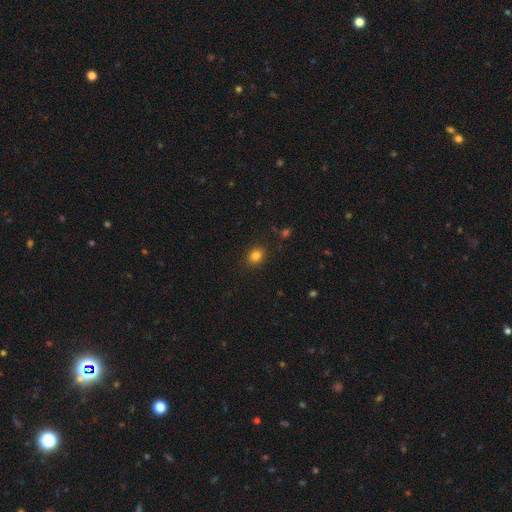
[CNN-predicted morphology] Smooth or featured? smooth (83%)
How rounded? round (56%)
Merging? none (88%)